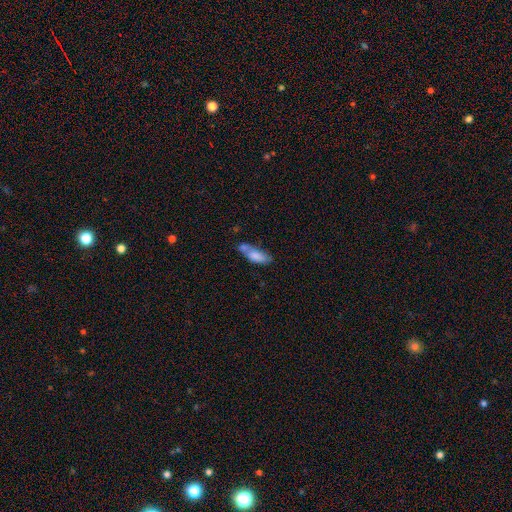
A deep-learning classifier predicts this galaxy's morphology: A smooth galaxy with no disk features (74%) that is in between round and cigar-shaped (65%). Merging: none (38%).